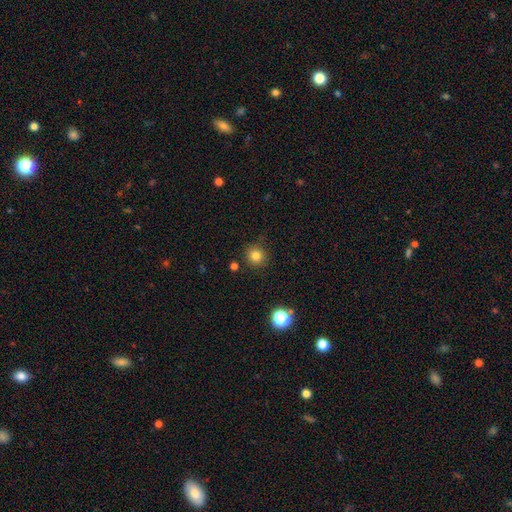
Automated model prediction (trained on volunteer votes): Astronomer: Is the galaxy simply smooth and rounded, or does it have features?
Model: smooth — 80%.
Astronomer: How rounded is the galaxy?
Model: round — 92%.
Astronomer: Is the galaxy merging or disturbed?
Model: none — 87%.